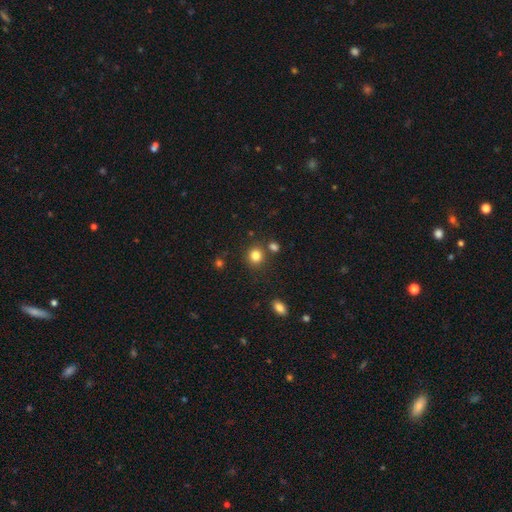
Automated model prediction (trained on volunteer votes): smooth 82%, star or artifact 12%, featured or disk 5%. Down the decision tree: how rounded — round (83%); merging — none (79%).